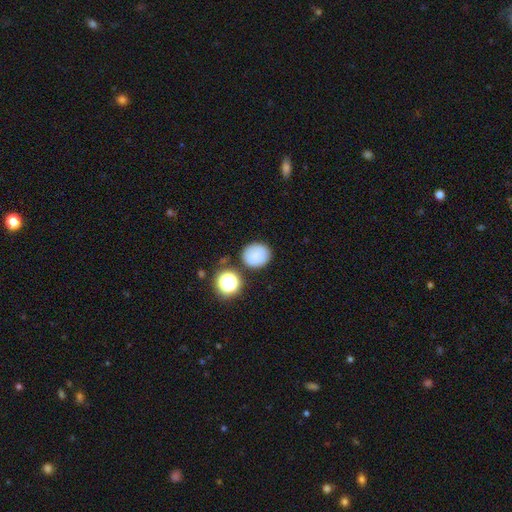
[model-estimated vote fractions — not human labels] Smooth or featured? Predicted: smooth (p=0.77). How rounded? Predicted: round (p=0.79). Merging? Predicted: none (p=0.80).